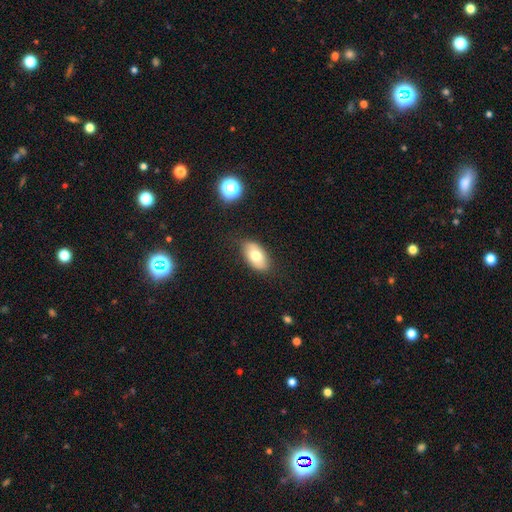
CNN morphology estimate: The model was most divided on "smooth or featured": smooth: 73%, featured or disk: 19%, star or artifact: 8%. More confident: how rounded — in between (93%); merging — none (82%).